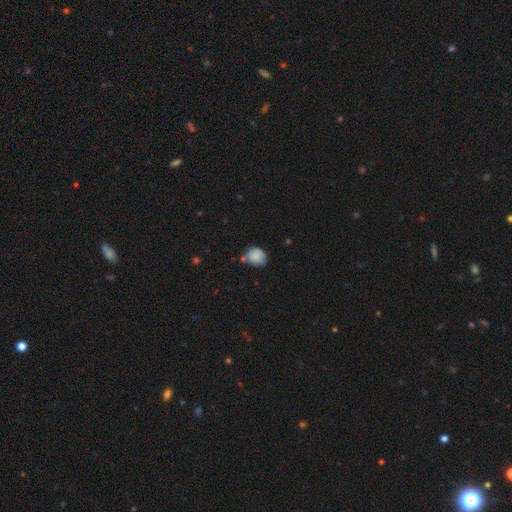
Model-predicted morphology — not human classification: Smooth or featured?
  - smooth: 83% *
  - featured or disk: 8%
  - star or artifact: 8%
How rounded?
  - round: 65% *
  - in between: 34%
  - cigar-shaped: 1%
Merging?
  - none: 57% *
  - minor disturbance: 28%
  - merger: 10%
  - major disturbance: 5%